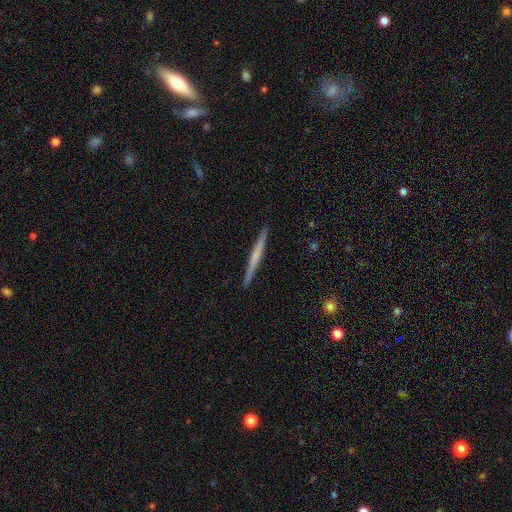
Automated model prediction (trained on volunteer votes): Overall: smooth (48%; featured or disk 47%). Merging: none (92%).